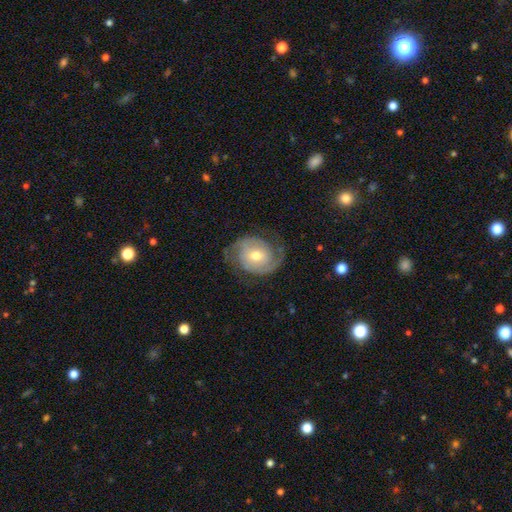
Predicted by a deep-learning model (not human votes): This appears to be a featured or disk galaxy (81%) with no bar (59%), 2 (85%) tight (42%) spiral arms (94%) and a moderate central bulge (62%). Merging: none (73%).